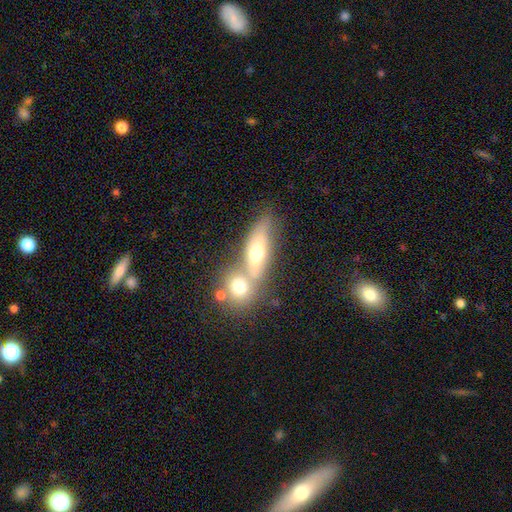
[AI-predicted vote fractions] This is possibly a smooth galaxy (50%). Merging: possibly merger (50%).